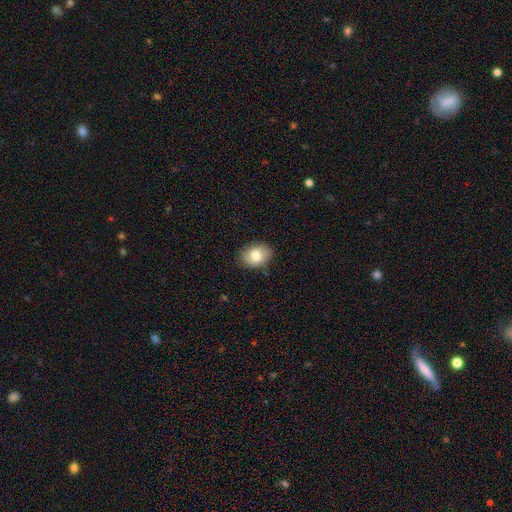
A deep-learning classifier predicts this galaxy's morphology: Q: Smooth or featured?
A: smooth (78%); runner-up: featured or disk (14%)
Q: How rounded?
A: in between (72%); runner-up: round (27%)
Q: Merging?
A: none (83%); runner-up: minor disturbance (14%)